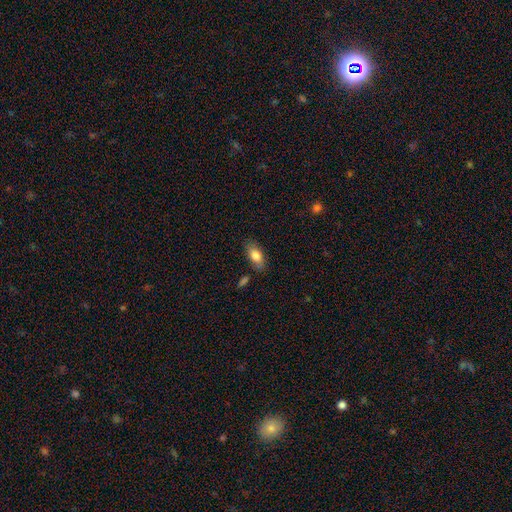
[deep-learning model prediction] smooth 81%, featured or disk 13%, star or artifact 7%. Down the decision tree: how rounded — in between (89%); merging — none (81%).